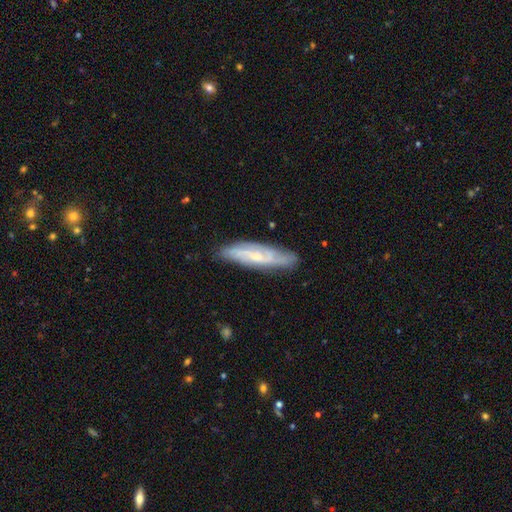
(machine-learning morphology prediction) A featured or disk galaxy (66%). Merging: none (77%).